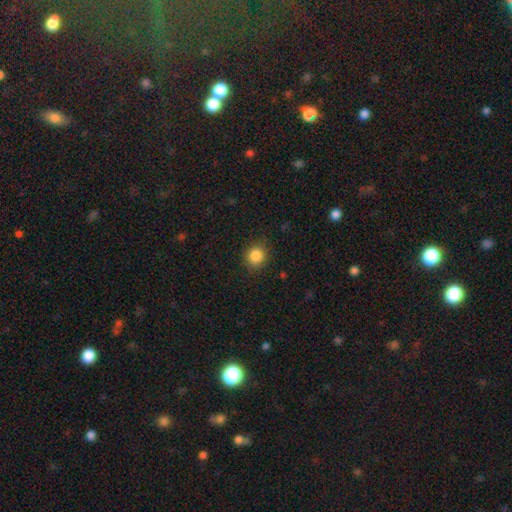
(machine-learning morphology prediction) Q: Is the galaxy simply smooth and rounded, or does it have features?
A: smooth — 86%.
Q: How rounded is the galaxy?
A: round — 84%.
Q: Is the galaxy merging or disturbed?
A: none — 88%.